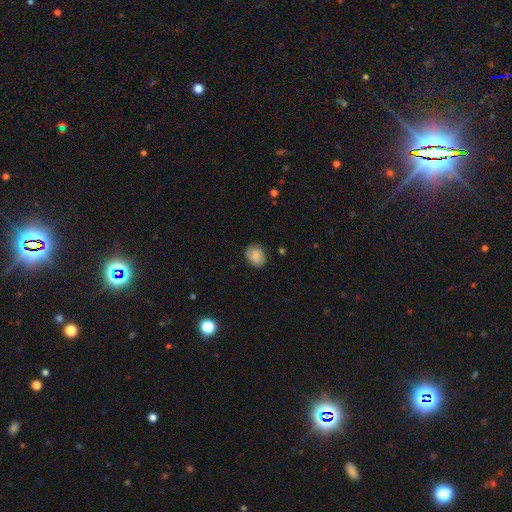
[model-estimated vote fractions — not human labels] Morphology: type=smooth (72%); roundness=in between (52%); merging=none (81%).